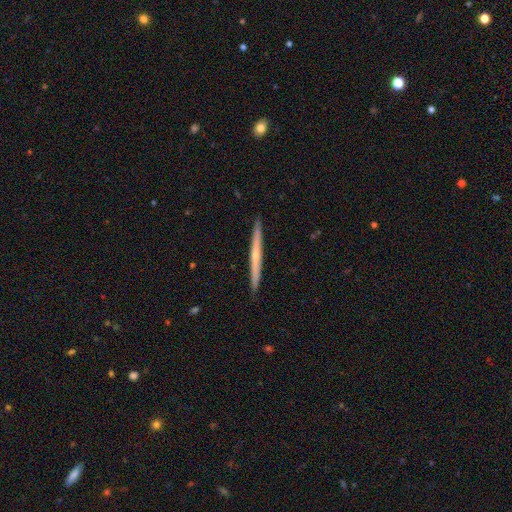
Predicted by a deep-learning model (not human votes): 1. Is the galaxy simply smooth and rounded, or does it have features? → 60% featured or disk, 35% smooth, 6% star or artifact.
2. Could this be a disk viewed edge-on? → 98% yes, 2% no.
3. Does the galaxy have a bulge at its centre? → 55% none, 41% rounded, 4% boxy.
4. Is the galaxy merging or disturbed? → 93% none, 5% minor disturbance, 1% major disturbance, 1% merger.